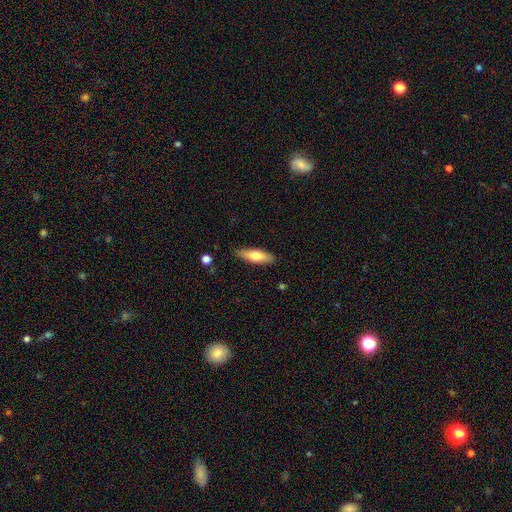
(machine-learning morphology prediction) smooth_or_featured: smooth (p=0.66) [alt: featured or disk p=0.28]
how_rounded: in between (p=0.50) [alt: cigar-shaped p=0.47]
merging: none (p=0.85) [alt: minor disturbance p=0.11]